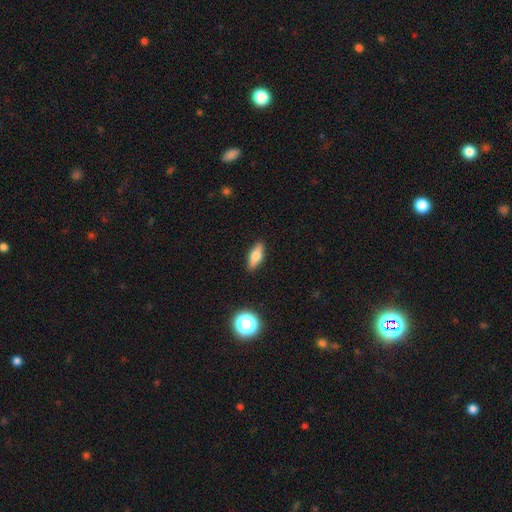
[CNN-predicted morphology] Smooth or featured? Predicted: smooth (p=0.59). How rounded? Predicted: in between (p=0.62). Merging? Predicted: none (p=0.89).